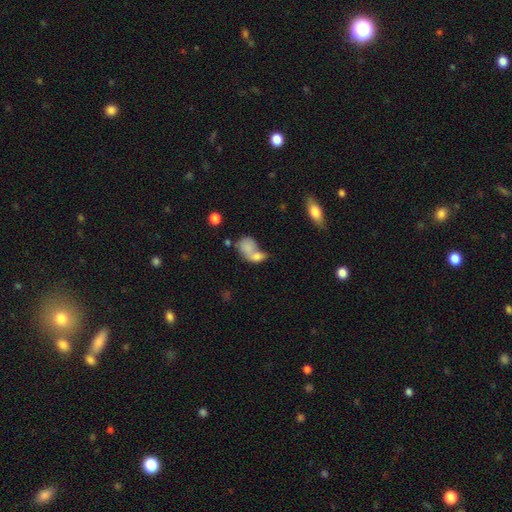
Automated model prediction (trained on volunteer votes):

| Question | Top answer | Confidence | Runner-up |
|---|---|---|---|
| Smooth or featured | smooth | 74% | featured or disk (17%) |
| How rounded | in between | 71% | round (26%) |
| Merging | merger | 65% | none (18%) |